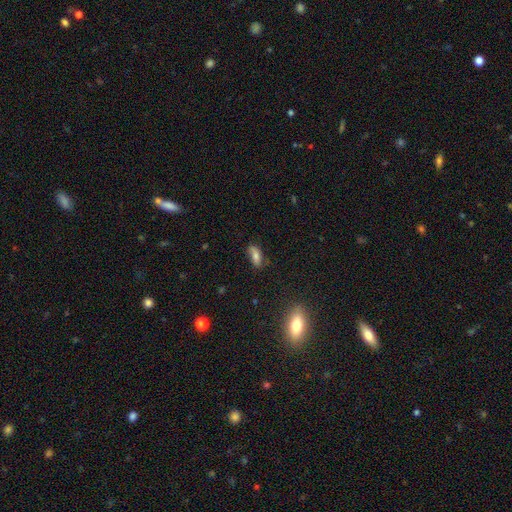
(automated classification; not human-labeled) smooth 70%, featured or disk 19%, star or artifact 11%. Down the decision tree: how rounded — in between (79%); merging — none (61%).